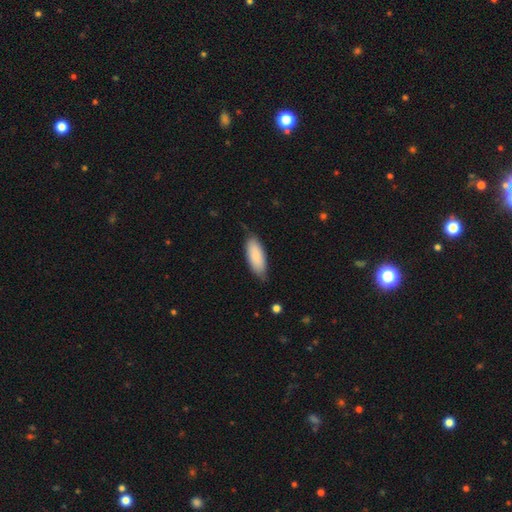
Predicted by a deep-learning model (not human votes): smooth-or-featured: smooth: 86% | featured or disk: 8% | star or artifact: 5%
  how-rounded: in between: 80% | cigar-shaped: 19% | round: 2%
  merging: none: 74% | minor disturbance: 22% | major disturbance: 3% | merger: 1%